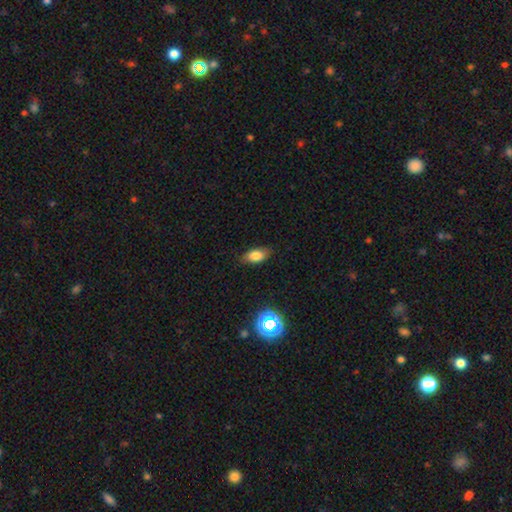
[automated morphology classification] A smooth galaxy with no disk features (79%) that is in between round and cigar-shaped (88%).

Vote fractions:
- Smooth or featured? smooth: 79% / star or artifact: 10% / featured or disk: 10%
- How rounded? in between: 88% / cigar-shaped: 6% / round: 6%
- Merging? none: 83% / minor disturbance: 13% / major disturbance: 3% / merger: 1%